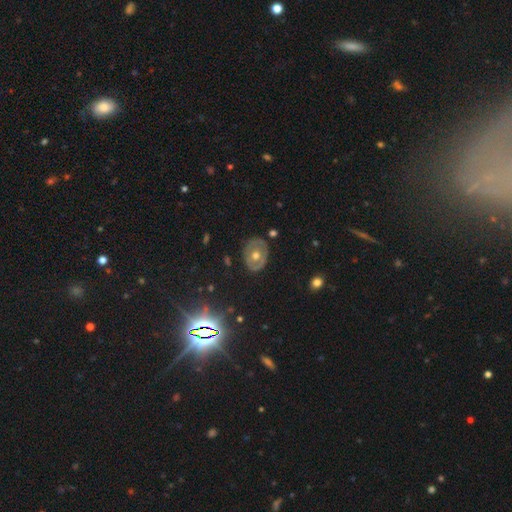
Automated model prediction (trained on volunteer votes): Smooth or featured? featured or disk (56%)
Edge-on disk? no (93%)
Bar? no (88%)
Spiral arms? no (81%)
Bulge size? moderate (79%)
Merging? none (81%)